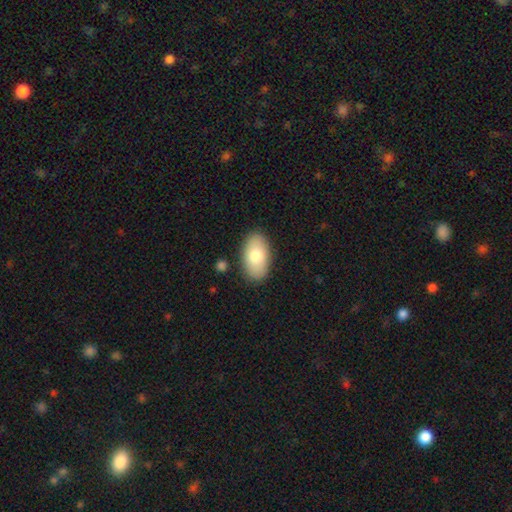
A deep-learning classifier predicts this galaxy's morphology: smooth_or_featured: smooth (p=0.77) [alt: featured or disk p=0.17]
how_rounded: in between (p=0.94) [alt: round p=0.04]
merging: none (p=0.85) [alt: minor disturbance p=0.10]